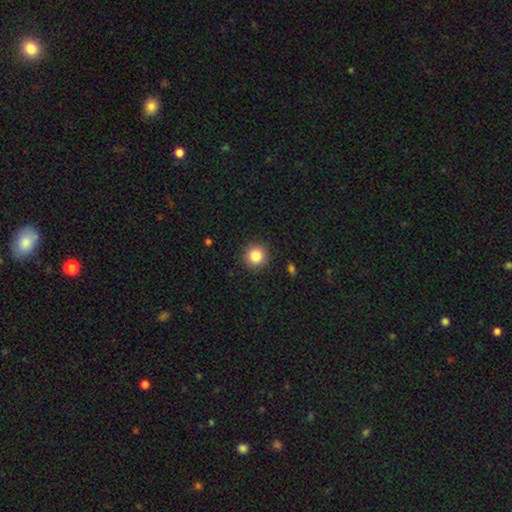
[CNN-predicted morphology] A smooth galaxy with no disk features (85%) that is round (94%).

Vote fractions:
- Smooth or featured? smooth: 85% / star or artifact: 10% / featured or disk: 5%
- How rounded? round: 94% / in between: 5% / cigar-shaped: 1%
- Merging? none: 91% / minor disturbance: 6% / major disturbance: 2% / merger: 1%